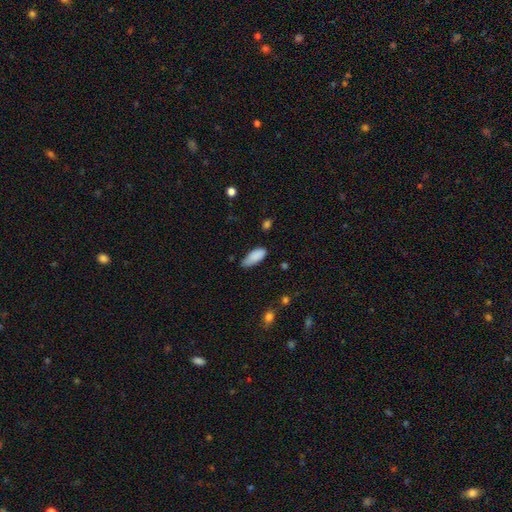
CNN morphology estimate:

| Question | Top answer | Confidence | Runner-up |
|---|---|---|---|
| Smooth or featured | smooth | 88% | star or artifact (7%) |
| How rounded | in between | 85% | cigar-shaped (14%) |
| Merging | none | 59% | minor disturbance (33%) |